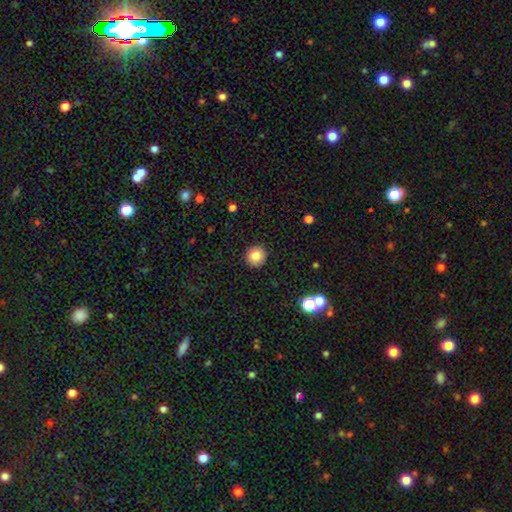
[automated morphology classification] A smooth galaxy with no disk features (84%) that is round (94%). Merging: none (93%).